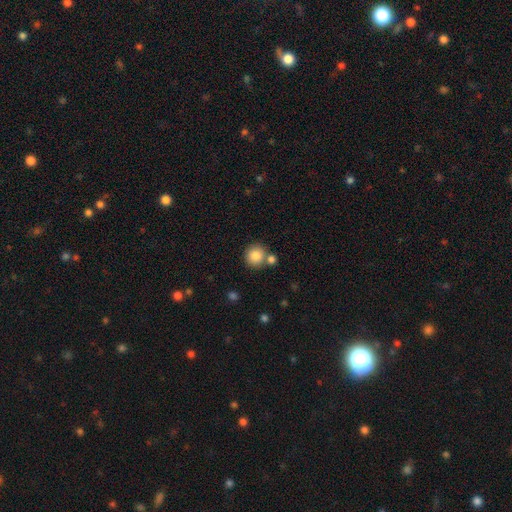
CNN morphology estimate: smooth_or_featured: smooth (p=0.85) [alt: star or artifact p=0.09]
how_rounded: round (p=0.91) [alt: in between p=0.08]
merging: none (p=0.67) [alt: merger p=0.21]